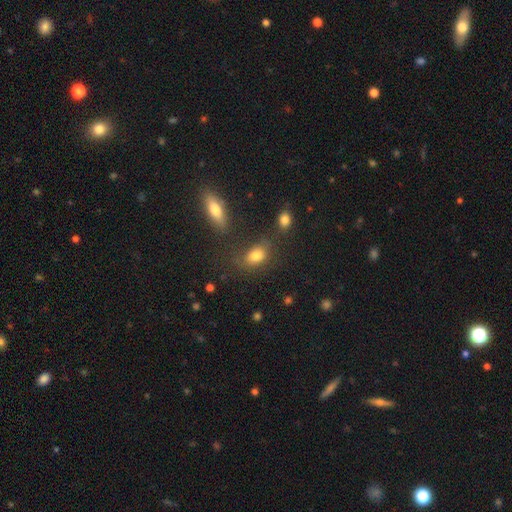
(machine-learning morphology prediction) smooth 80%, star or artifact 11%, featured or disk 9%. Down the decision tree: how rounded — in between (79%); merging — none (65%).